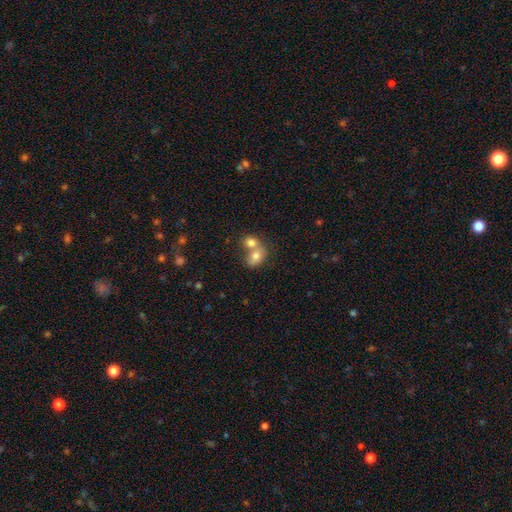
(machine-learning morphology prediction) The model was most divided on "how rounded": in between: 54%, round: 45%, cigar-shaped: 1%. More confident: smooth or featured — smooth (73%); merging — merger (70%).